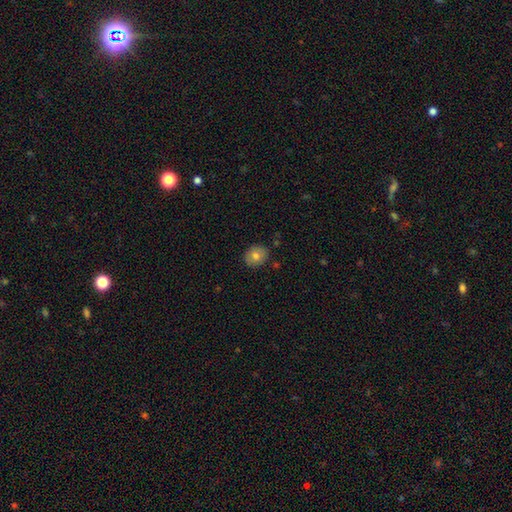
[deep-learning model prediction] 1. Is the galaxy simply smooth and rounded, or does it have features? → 77% smooth, 14% featured or disk, 9% star or artifact.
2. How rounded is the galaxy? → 66% round, 33% in between, 1% cigar-shaped.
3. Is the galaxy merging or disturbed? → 87% none, 10% minor disturbance, 2% major disturbance, 2% merger.